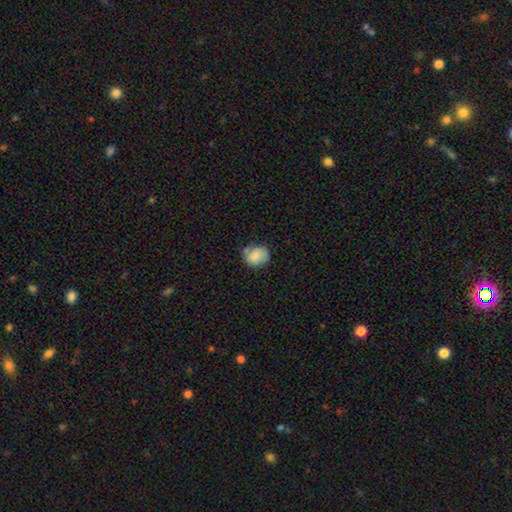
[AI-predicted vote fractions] The model was most divided on "how rounded": round: 57%, in between: 42%, cigar-shaped: 1%. More confident: smooth or featured — smooth (84%); merging — none (60%).